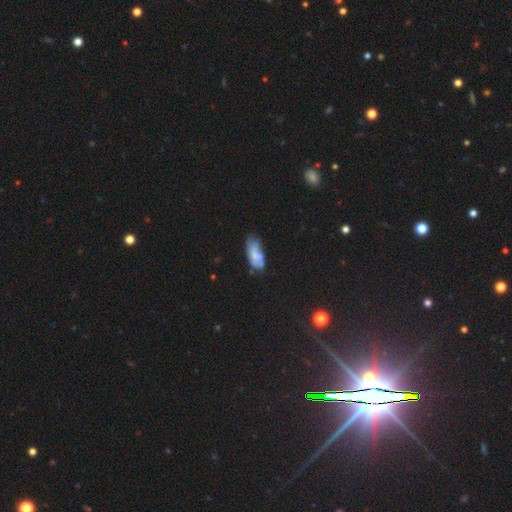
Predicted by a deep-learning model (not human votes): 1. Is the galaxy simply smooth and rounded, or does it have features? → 62% smooth, 28% featured or disk, 10% star or artifact.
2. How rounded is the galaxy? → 85% in between, 12% cigar-shaped, 2% round.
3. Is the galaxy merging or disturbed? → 43% none, 33% minor disturbance, 15% major disturbance, 10% merger.